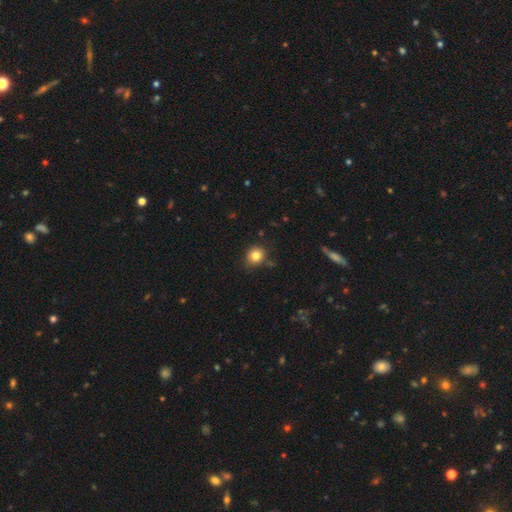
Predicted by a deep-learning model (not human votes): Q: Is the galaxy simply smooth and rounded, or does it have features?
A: smooth — 82%.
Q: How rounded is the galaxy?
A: round — 80%.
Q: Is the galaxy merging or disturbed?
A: none — 81%.